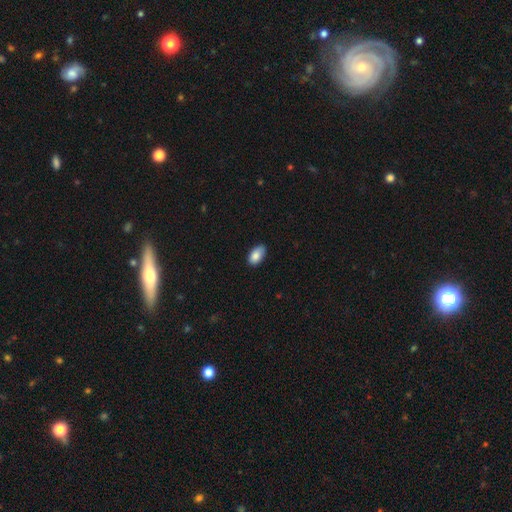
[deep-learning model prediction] Smooth or featured: smooth — 85% (featured or disk — 8%)
How rounded: in between — 93% (round — 5%)
Merging: none — 79% (minor disturbance — 17%)